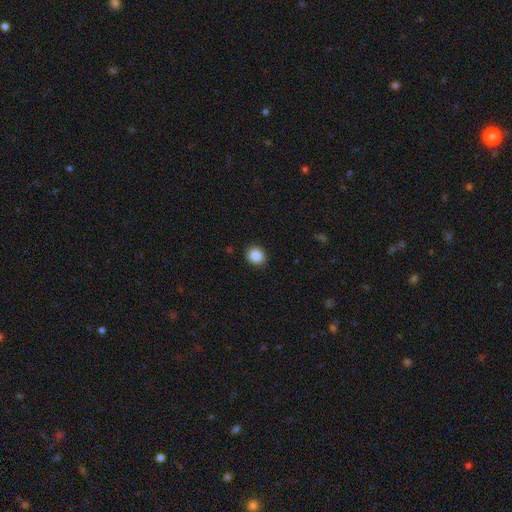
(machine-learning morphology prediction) smooth-or-featured: smooth: 88% | star or artifact: 9% | featured or disk: 3%
  how-rounded: round: 74% | in between: 25% | cigar-shaped: 1%
  merging: none: 89% | minor disturbance: 8% | major disturbance: 2% | merger: 1%